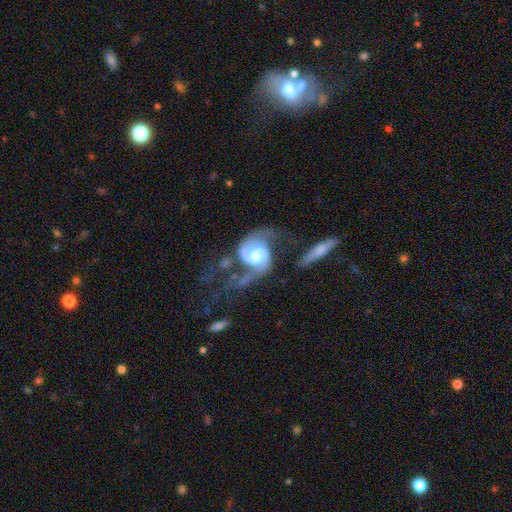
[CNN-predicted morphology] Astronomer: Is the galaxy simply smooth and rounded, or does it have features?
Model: featured or disk — 89%.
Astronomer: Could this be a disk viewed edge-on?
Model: no — 98%.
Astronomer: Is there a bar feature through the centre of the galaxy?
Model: no — 53% (runner-up: weak, 38%).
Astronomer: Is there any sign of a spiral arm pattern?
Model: yes — 97%.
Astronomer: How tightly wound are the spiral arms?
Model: medium — 49% (runner-up: loose, 29%).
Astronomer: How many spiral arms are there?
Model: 2 — 90%.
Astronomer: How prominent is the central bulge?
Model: moderate — 57%.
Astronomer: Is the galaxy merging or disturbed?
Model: none — 37% (runner-up: major disturbance, 30%).